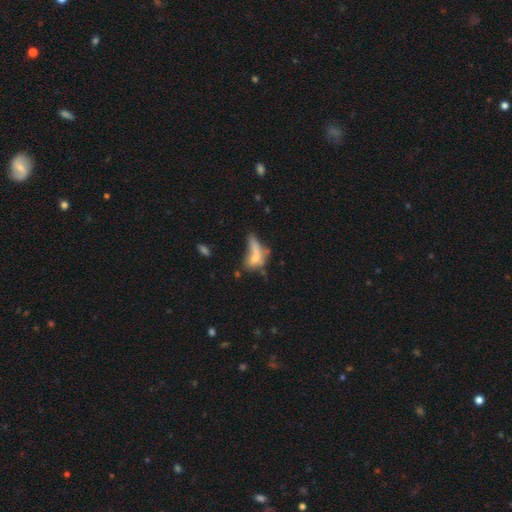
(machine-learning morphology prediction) Smooth or featured: smooth — 57% (featured or disk — 30%)
How rounded: in between — 67% (cigar-shaped — 18%)
Merging: merger — 30% (major disturbance — 27%)